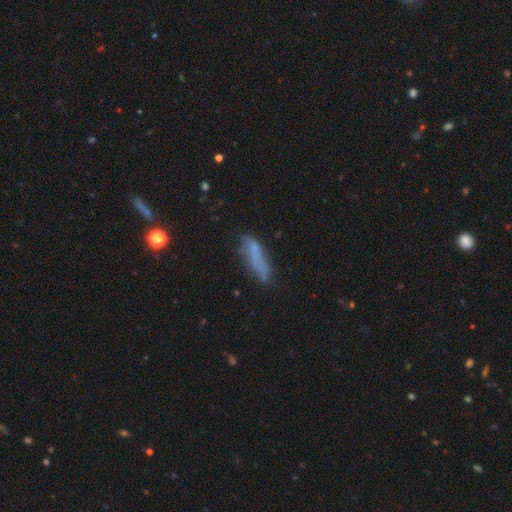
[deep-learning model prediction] Smooth or featured: smooth — 63% (featured or disk — 26%)
How rounded: cigar-shaped — 67% (in between — 31%)
Merging: none — 56% (minor disturbance — 27%)